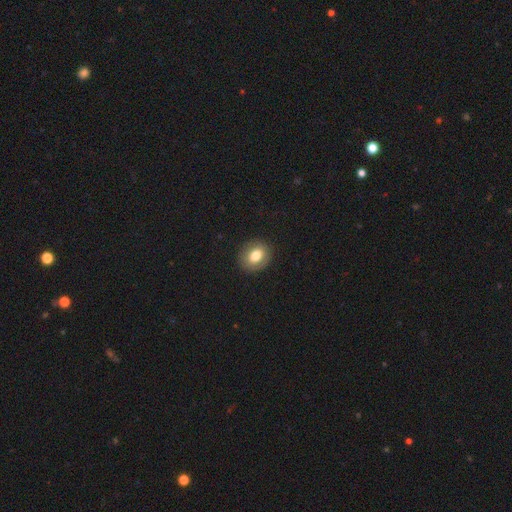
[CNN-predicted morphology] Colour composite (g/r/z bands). It shows a smooth galaxy with no disk features (75%) that is round (63%). Merging: none (88%).